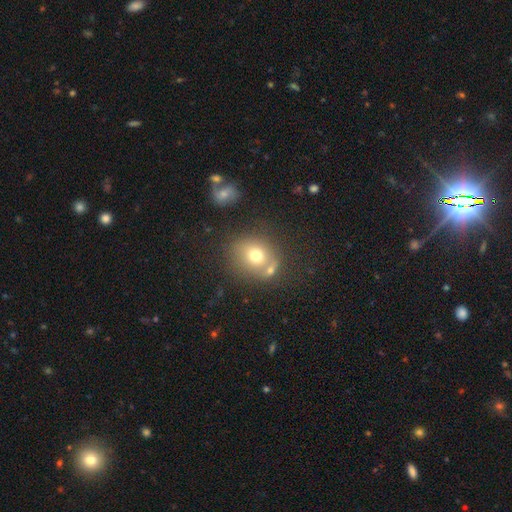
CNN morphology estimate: type=smooth (70%); roundness=round (74%); merging=none (54%).